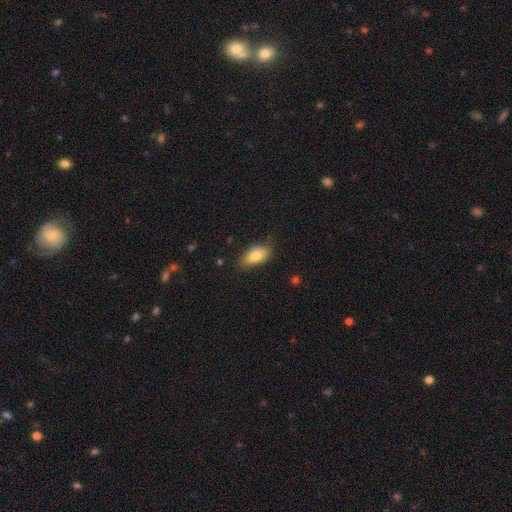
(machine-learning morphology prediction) type=smooth (80%); roundness=in between (88%); merging=none (73%).